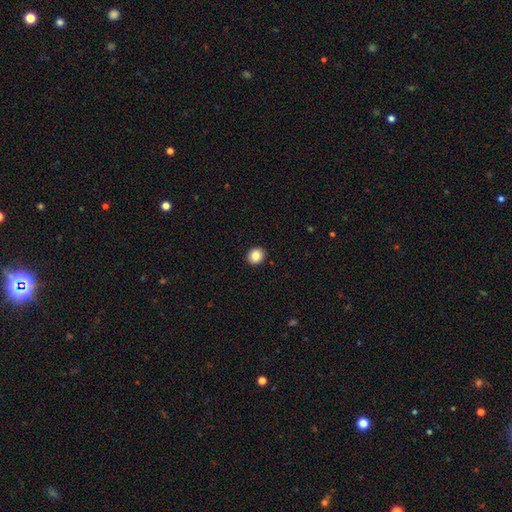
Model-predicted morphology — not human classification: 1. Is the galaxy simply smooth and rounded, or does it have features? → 84% smooth, 10% star or artifact, 6% featured or disk.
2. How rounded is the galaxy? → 79% round, 20% in between, 1% cigar-shaped.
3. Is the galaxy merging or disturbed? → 93% none, 5% minor disturbance, 1% major disturbance, 1% merger.